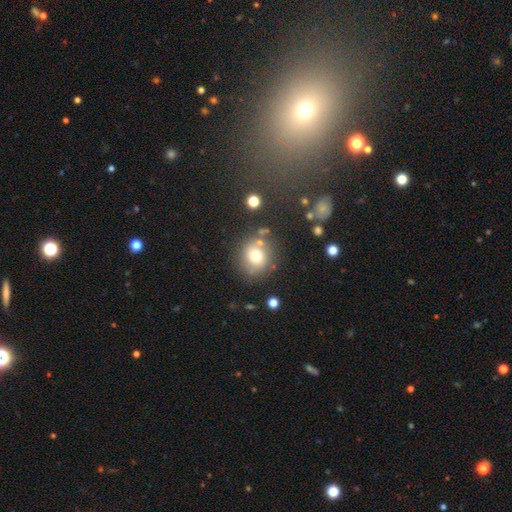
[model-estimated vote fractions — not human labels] Overall: smooth (71%). How rounded: round (84%). Merging: none (72%).